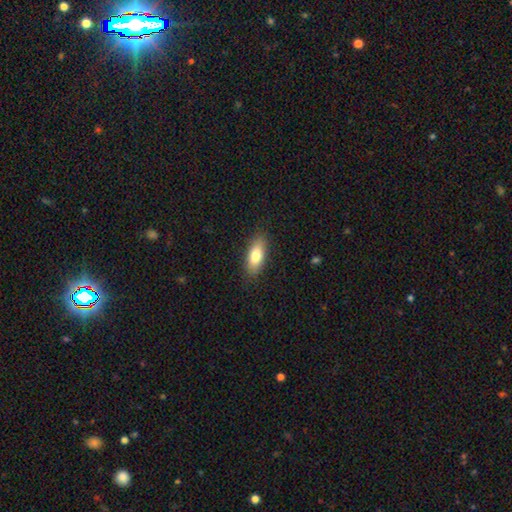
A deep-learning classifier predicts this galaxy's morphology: This is likely a smooth galaxy (78%). How rounded: likely in between (78%). Merging: clearly none (86%).